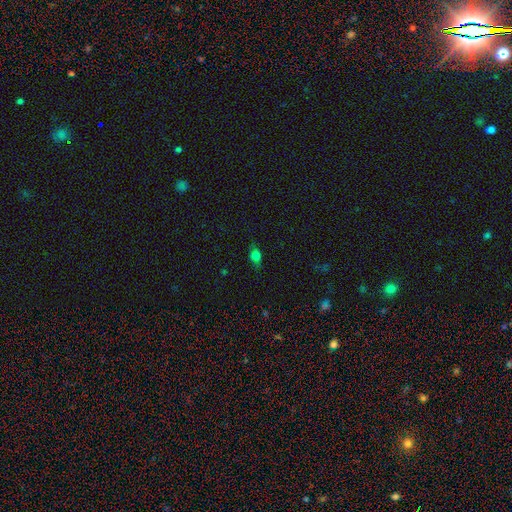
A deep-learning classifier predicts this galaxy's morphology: Overall: smooth (67%). How rounded: in between (63%; round 29%). Merging: none (77%).